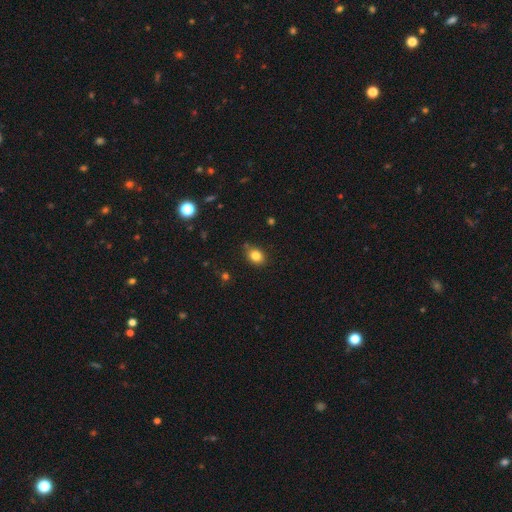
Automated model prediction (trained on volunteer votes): smooth 83%, star or artifact 11%, featured or disk 6%. Down the decision tree: how rounded — in between (56%); merging — none (80%).